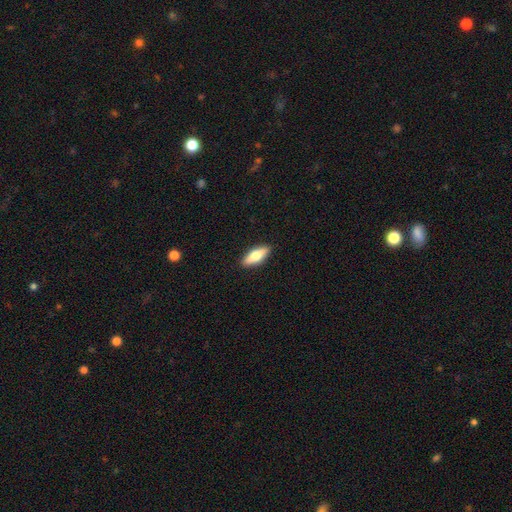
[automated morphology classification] smooth_or_featured: smooth (p=0.61) [alt: featured or disk p=0.33]
how_rounded: in between (p=0.60) [alt: cigar-shaped p=0.37]
merging: none (p=0.91) [alt: minor disturbance p=0.07]